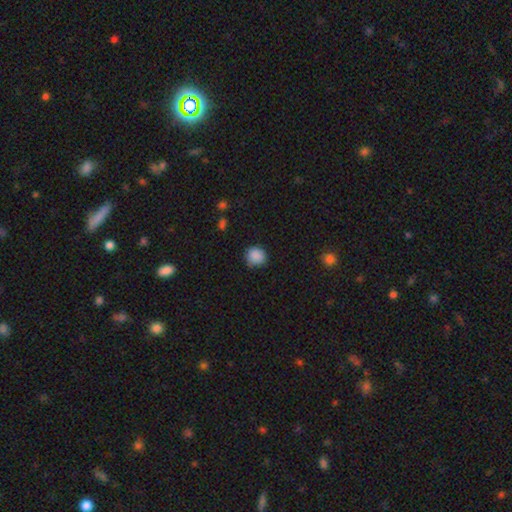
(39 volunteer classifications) This appears to be a smooth galaxy with no disk features (97%) that is round (84%). Merging: none (92%).